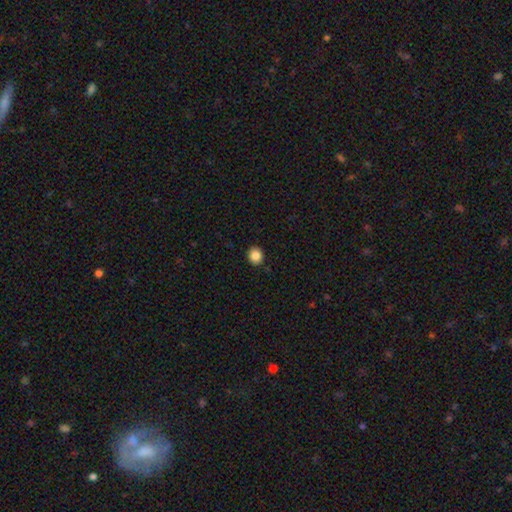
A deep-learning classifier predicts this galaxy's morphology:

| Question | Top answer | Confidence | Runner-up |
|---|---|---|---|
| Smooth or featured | smooth | 86% | star or artifact (10%) |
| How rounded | round | 80% | in between (20%) |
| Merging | none | 92% | minor disturbance (6%) |